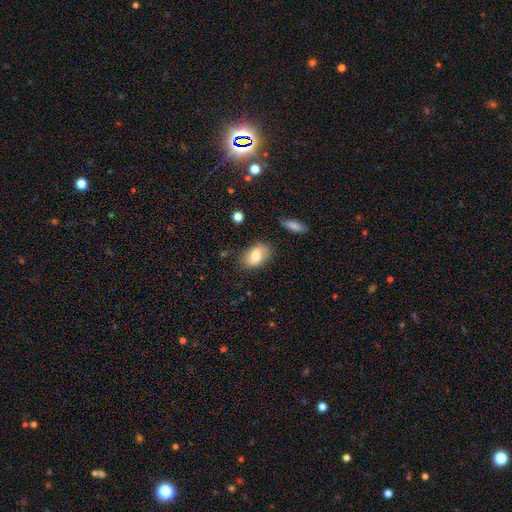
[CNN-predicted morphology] smooth 76%, featured or disk 16%, star or artifact 8%. Down the decision tree: how rounded — in between (84%); merging — none (74%).